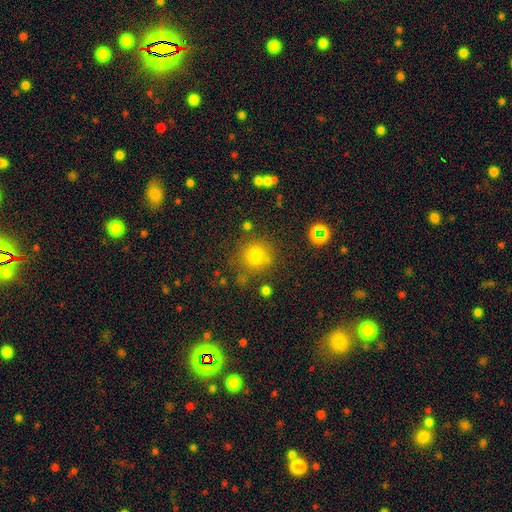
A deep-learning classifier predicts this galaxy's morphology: A smooth galaxy with no disk features (76%) that is round (92%).

Vote fractions:
- Smooth or featured? smooth: 76% / star or artifact: 16% / featured or disk: 8%
- How rounded? round: 92% / in between: 7% / cigar-shaped: 1%
- Merging? none: 75% / minor disturbance: 12% / merger: 8% / major disturbance: 5%